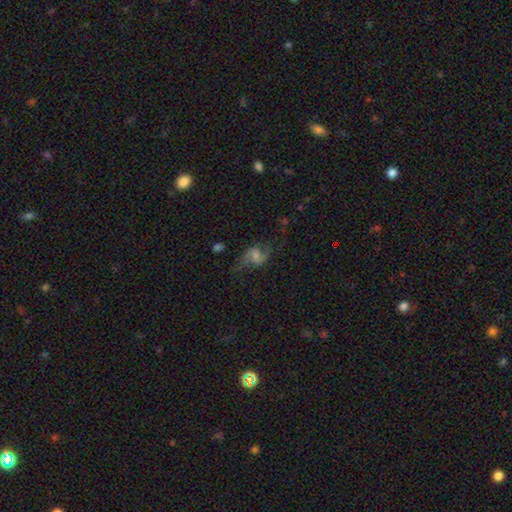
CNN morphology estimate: This is likely a featured or disk galaxy (67%). It is clearly not viewed edge-on (96%). Bar: possibly weak (48%). Spiral arm pattern: clearly yes (90%). Spiral arm count: clearly 2 (90%). Spiral winding: likely loose (71%). Central bulge: marginally small (42%). Merging: likely none (66%).